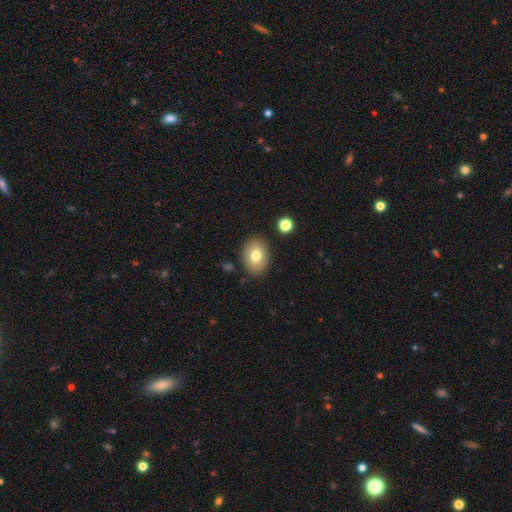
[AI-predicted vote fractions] Smooth or featured? Predicted: smooth (p=0.77). How rounded? Predicted: in between (p=0.71). Merging? Predicted: none (p=0.86).